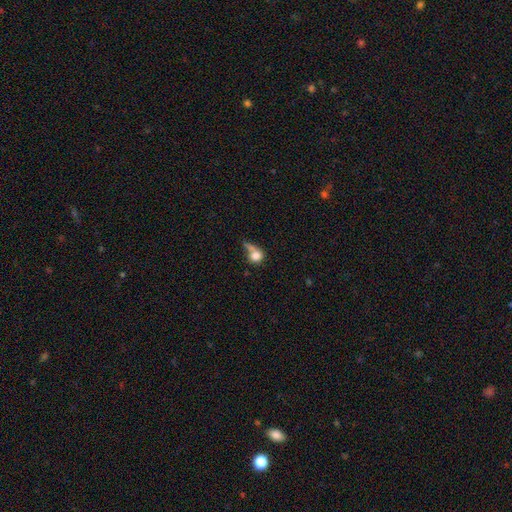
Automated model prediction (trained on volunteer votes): smooth_or_featured: smooth (p=0.73) [alt: featured or disk p=0.17]
how_rounded: round (p=0.70) [alt: in between p=0.26]
merging: none (p=0.29) [alt: merger p=0.27]